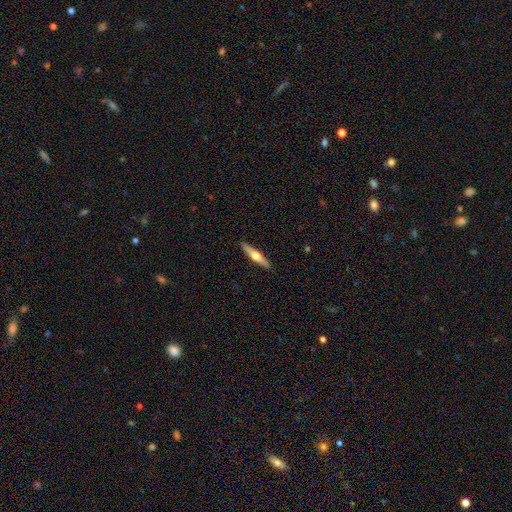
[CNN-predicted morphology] This appears to be a featured or disk galaxy (53%) viewed edge-on (95%). Merging: none (91%).